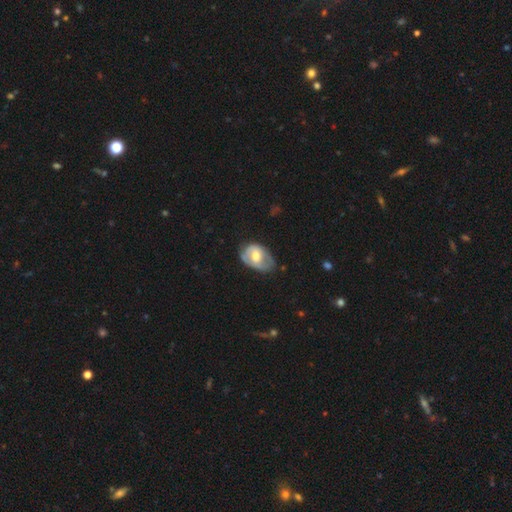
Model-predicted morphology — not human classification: Q: Smooth or featured?
A: smooth (48%); runner-up: featured or disk (46%)
Q: Merging?
A: none (43%); runner-up: minor disturbance (39%)